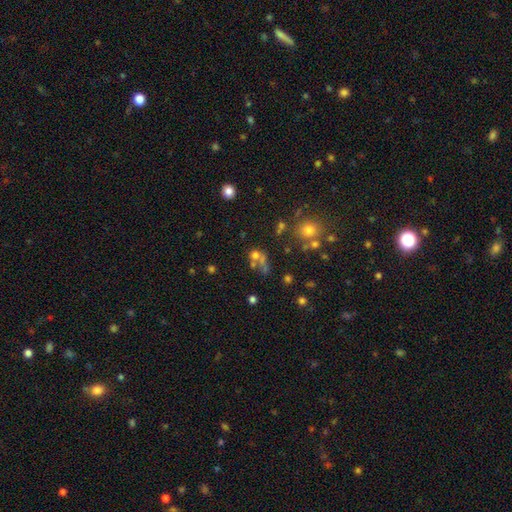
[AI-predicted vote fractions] A smooth galaxy with no disk features (57%) that is round (69%). Merging: merger (42%).